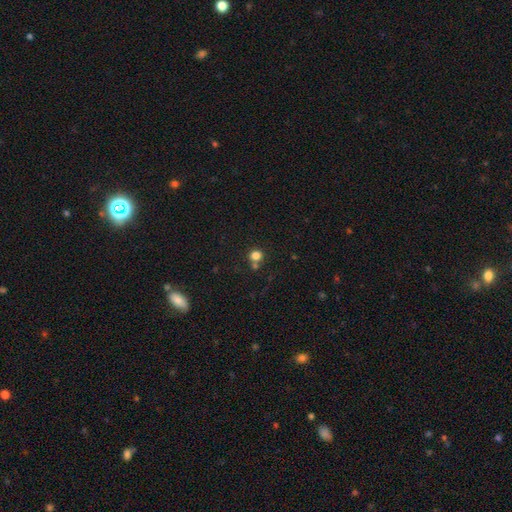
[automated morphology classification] Smooth or featured: smooth — 80% (star or artifact — 14%)
How rounded: round — 87% (in between — 12%)
Merging: none — 65% (merger — 23%)